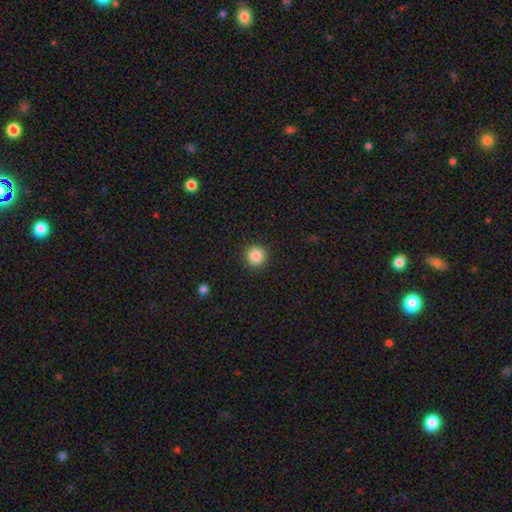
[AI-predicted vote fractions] This is clearly a smooth galaxy (86%). How rounded: clearly round (95%). Merging: clearly none (92%).